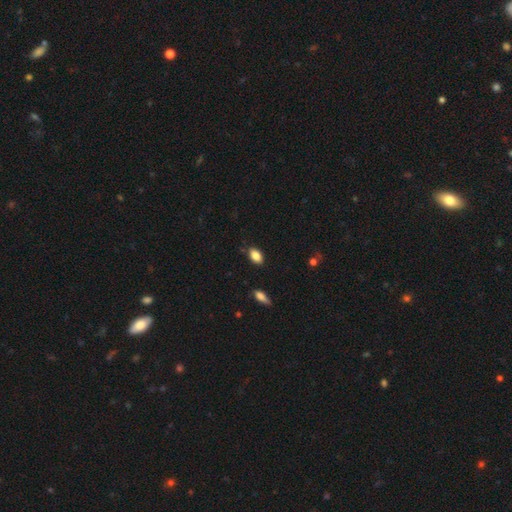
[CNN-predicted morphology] Smooth or featured?
  - smooth: 86% *
  - star or artifact: 8%
  - featured or disk: 6%
How rounded?
  - in between: 89% *
  - round: 9%
  - cigar-shaped: 2%
Merging?
  - none: 83% *
  - minor disturbance: 13%
  - major disturbance: 2%
  - merger: 2%